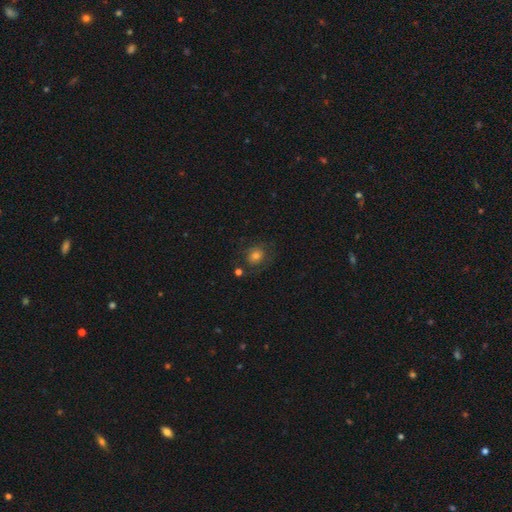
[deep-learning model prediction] smooth 65%, featured or disk 19%, star or artifact 16%. Down the decision tree: how rounded — round (71%); merging — none (71%).